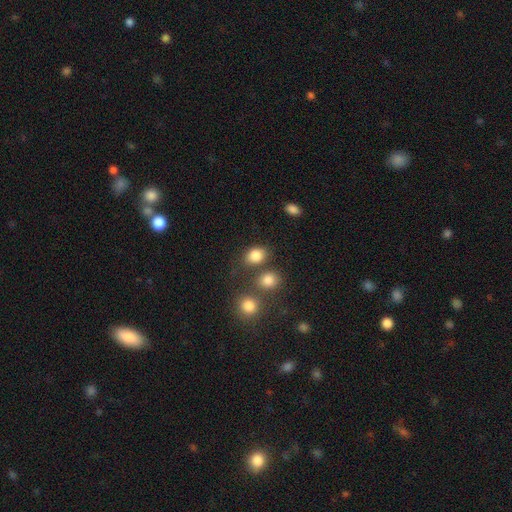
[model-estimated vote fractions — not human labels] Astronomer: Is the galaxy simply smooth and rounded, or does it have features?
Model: smooth — 83%.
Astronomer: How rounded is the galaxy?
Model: in between — 60% (runner-up: round, 38%).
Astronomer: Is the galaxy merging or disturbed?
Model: none — 66%.